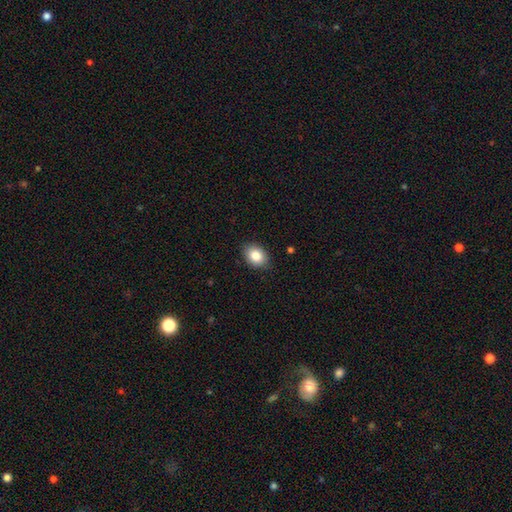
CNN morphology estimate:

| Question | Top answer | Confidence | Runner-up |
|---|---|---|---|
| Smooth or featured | smooth | 84% | star or artifact (9%) |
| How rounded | in between | 66% | round (33%) |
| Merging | none | 87% | minor disturbance (10%) |